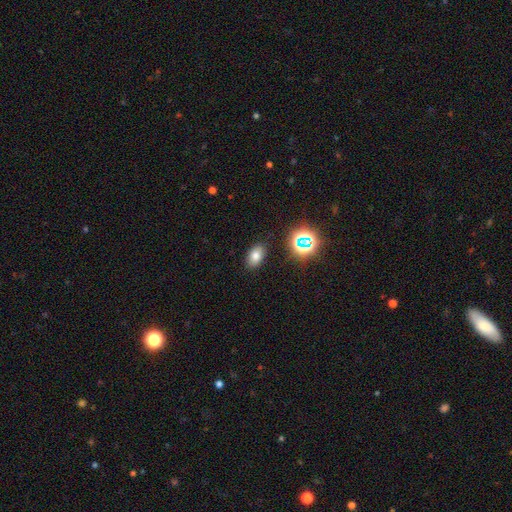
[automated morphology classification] smooth-or-featured: smooth: 71% | star or artifact: 17% | featured or disk: 11%
  how-rounded: in between: 88% | round: 11% | cigar-shaped: 2%
  merging: none: 86% | minor disturbance: 9% | major disturbance: 3% | merger: 2%